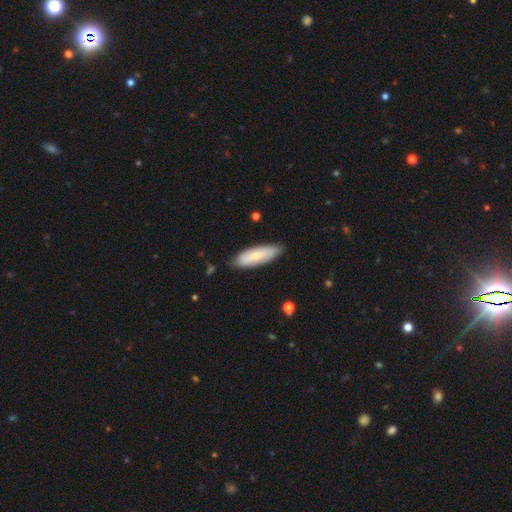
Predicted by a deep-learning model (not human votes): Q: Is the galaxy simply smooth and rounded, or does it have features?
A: smooth — 70%.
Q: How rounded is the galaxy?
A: in between — 59%.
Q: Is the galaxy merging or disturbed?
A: none — 81%.